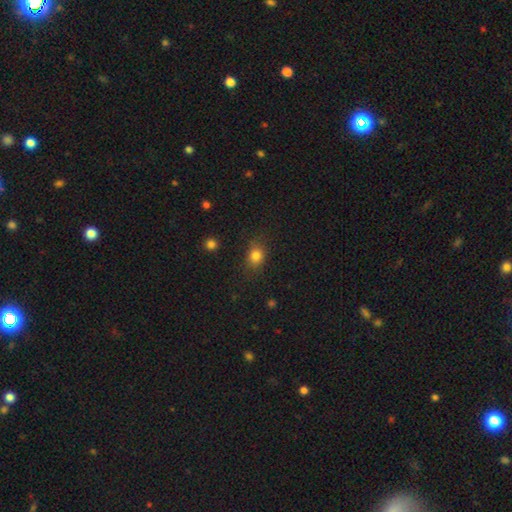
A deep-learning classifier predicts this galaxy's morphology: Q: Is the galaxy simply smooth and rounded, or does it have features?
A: smooth — 82%.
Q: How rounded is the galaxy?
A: round — 52%.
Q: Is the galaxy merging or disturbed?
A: none — 79%.